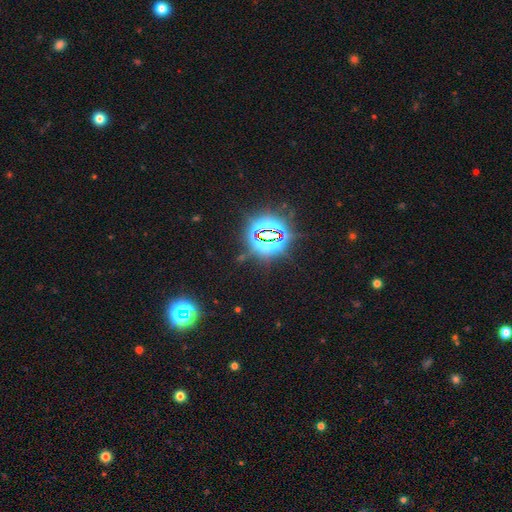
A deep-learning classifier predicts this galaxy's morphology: smooth-or-featured: star or artifact: 80% | smooth: 12% | featured or disk: 7%